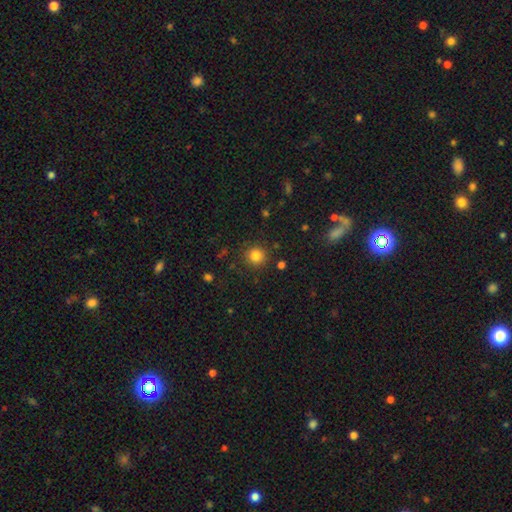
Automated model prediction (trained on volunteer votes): Morphology: type=smooth (82%); roundness=round (92%); merging=none (89%).